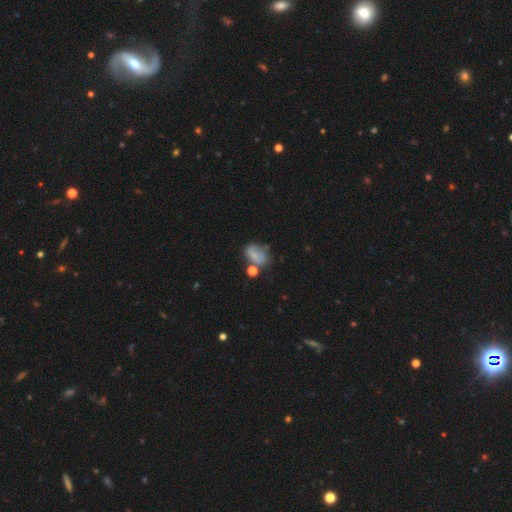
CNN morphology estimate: Smooth or featured? smooth (59%)
How rounded? in between (70%)
Merging? none (36%)